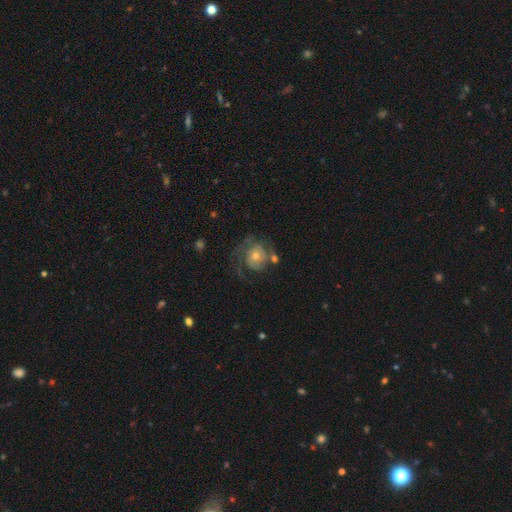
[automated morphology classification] The model was most divided on "spiral winding": tight: 42%, medium: 40%, loose: 17%. Remaining: edge-on disk — no (98%); spiral arms — yes (89%); bar — no (76%); smooth or featured — featured or disk (75%); merging — none (56%); bulge size — moderate (54%); spiral arm count — 2 (49%).